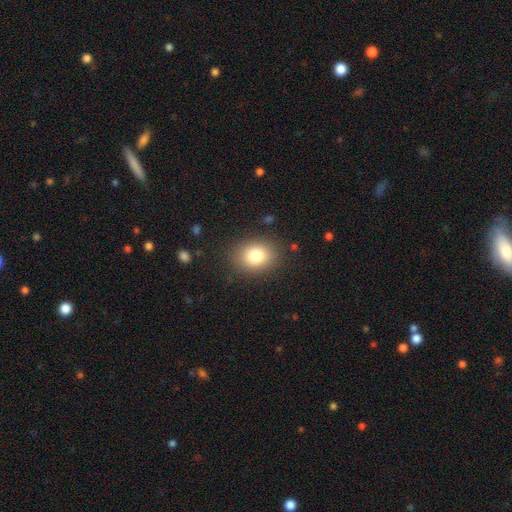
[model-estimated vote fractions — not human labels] Morphology: type=smooth (80%); roundness=in between (51%); merging=none (86%).